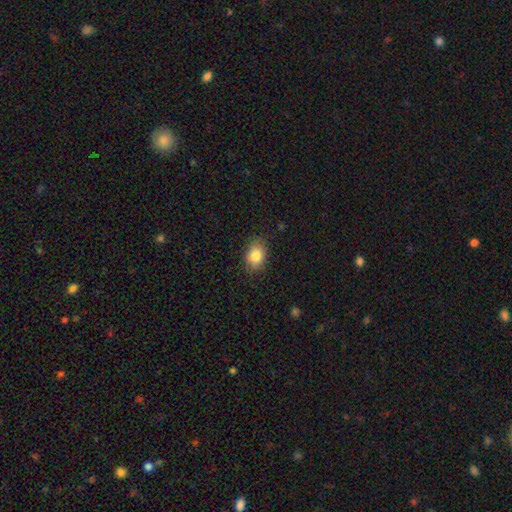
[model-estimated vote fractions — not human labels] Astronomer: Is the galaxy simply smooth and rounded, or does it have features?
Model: smooth — 84%.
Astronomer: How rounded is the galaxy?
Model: in between — 76%.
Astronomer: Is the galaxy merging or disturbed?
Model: none — 84%.